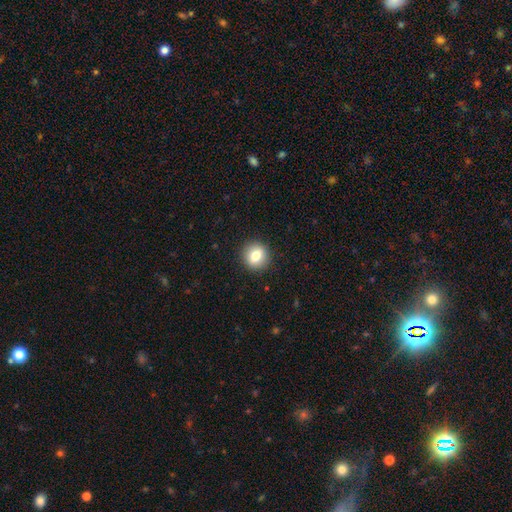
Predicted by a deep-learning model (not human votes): smooth_or_featured: smooth (p=0.78) [alt: featured or disk p=0.13]
how_rounded: round (p=0.88) [alt: in between p=0.11]
merging: none (p=0.91) [alt: minor disturbance p=0.06]